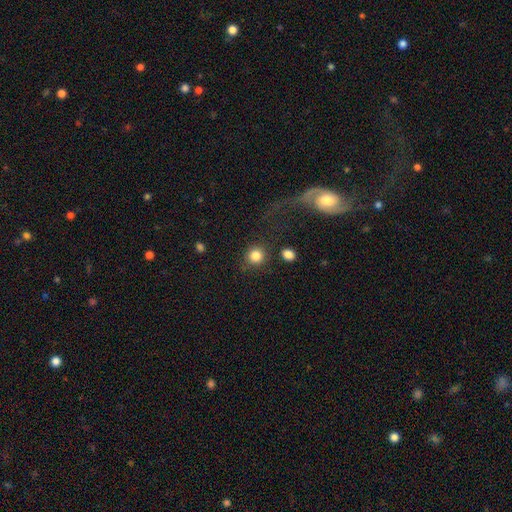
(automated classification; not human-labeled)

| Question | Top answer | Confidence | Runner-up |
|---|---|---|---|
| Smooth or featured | smooth | 84% | star or artifact (10%) |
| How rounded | round | 90% | in between (9%) |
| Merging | none | 80% | minor disturbance (8%) |